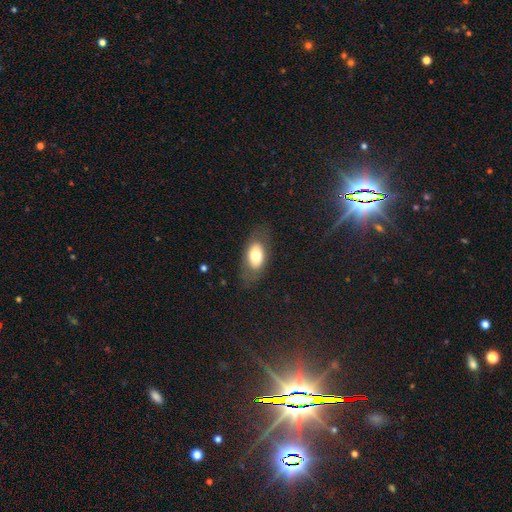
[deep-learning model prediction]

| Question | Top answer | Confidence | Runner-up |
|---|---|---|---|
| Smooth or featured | smooth | 70% | featured or disk (23%) |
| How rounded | in between | 91% | round (6%) |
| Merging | none | 75% | minor disturbance (16%) |